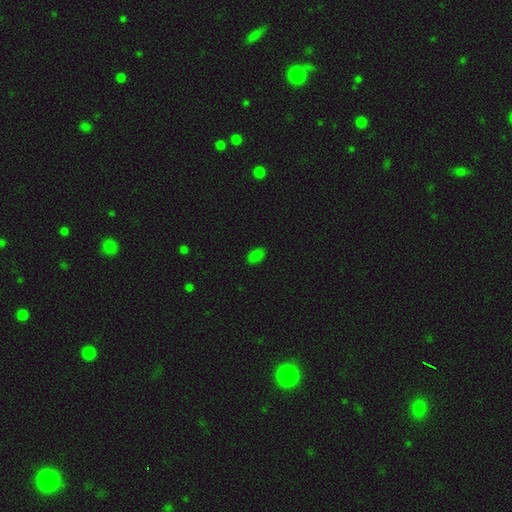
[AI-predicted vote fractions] The model was most divided on "smooth or featured": smooth: 81%, star or artifact: 15%, featured or disk: 4%. More confident: how rounded — in between (91%); merging — none (86%).